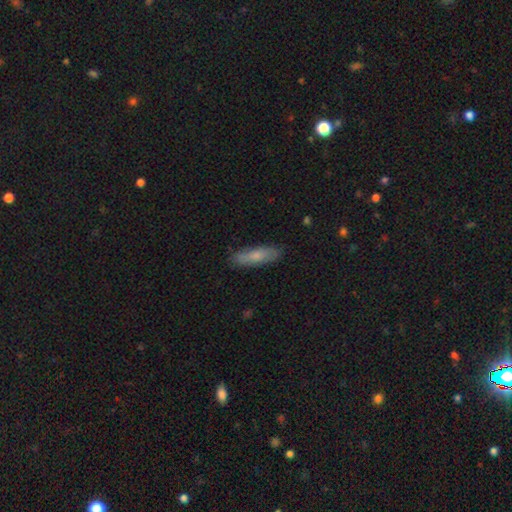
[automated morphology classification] A smooth galaxy with no disk features (73%) that is cigar-shaped (65%).

Vote fractions:
- Smooth or featured? smooth: 73% / featured or disk: 21% / star or artifact: 6%
- How rounded? cigar-shaped: 65% / in between: 33% / round: 2%
- Merging? none: 85% / minor disturbance: 12% / major disturbance: 2% / merger: 1%